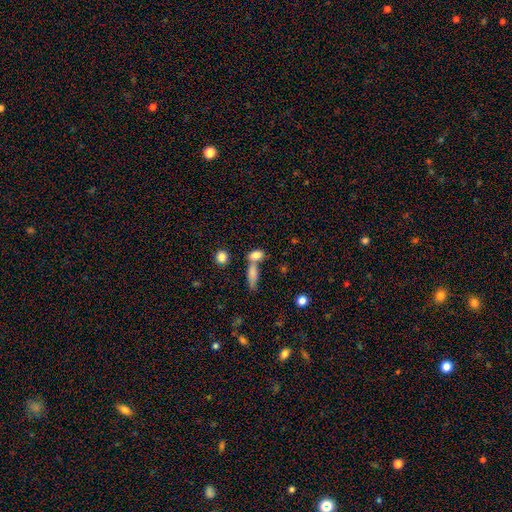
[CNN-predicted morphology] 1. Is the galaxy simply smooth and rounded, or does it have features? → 79% smooth, 12% featured or disk, 9% star or artifact.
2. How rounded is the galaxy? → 71% in between, 18% cigar-shaped, 11% round.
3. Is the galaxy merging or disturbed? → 45% none, 41% merger, 10% minor disturbance, 5% major disturbance.